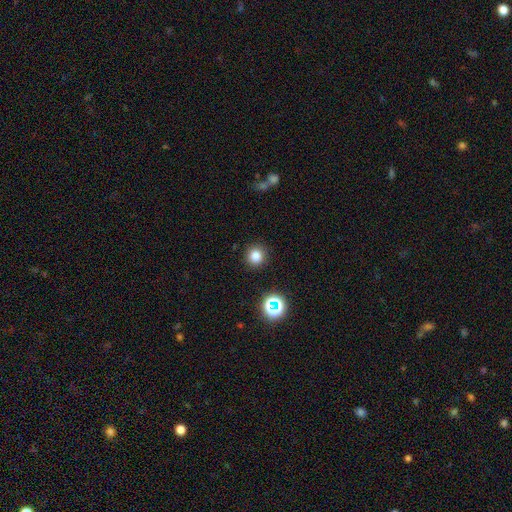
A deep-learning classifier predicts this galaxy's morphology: Smooth or featured?
  - smooth: 79% *
  - star or artifact: 16%
  - featured or disk: 5%
How rounded?
  - round: 92% *
  - in between: 8%
  - cigar-shaped: 1%
Merging?
  - none: 90% *
  - minor disturbance: 6%
  - major disturbance: 2%
  - merger: 1%